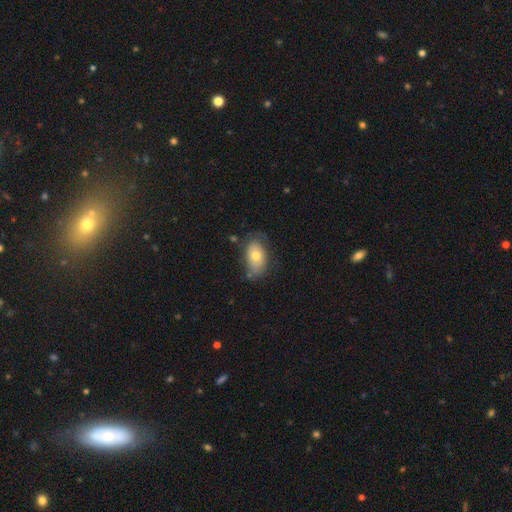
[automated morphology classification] A smooth galaxy with no disk features (66%) that is in between round and cigar-shaped (88%).

Vote fractions:
- Smooth or featured? smooth: 66% / featured or disk: 26% / star or artifact: 7%
- How rounded? in between: 88% / round: 10% / cigar-shaped: 2%
- Merging? none: 61% / minor disturbance: 27% / major disturbance: 10% / merger: 3%